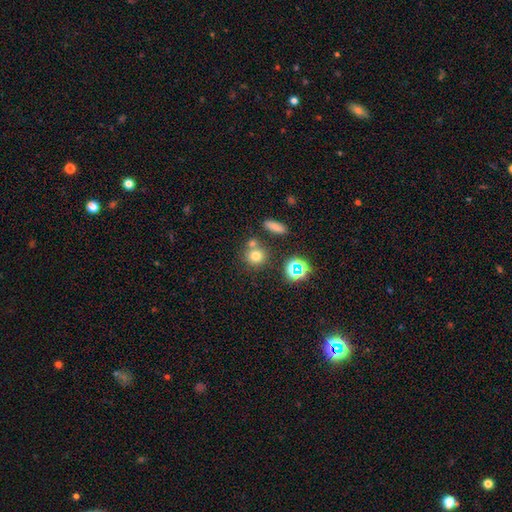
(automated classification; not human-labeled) This appears to be a smooth galaxy with no disk features (71%) that is round (85%). Merging: none (64%).